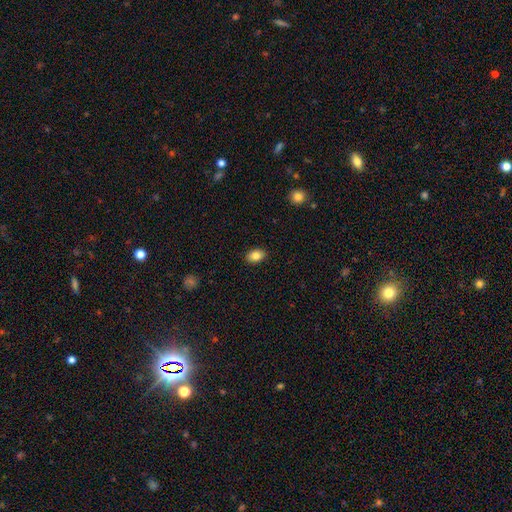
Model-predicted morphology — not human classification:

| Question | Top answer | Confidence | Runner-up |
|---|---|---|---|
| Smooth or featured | smooth | 85% | star or artifact (8%) |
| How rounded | in between | 85% | round (13%) |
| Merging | none | 89% | minor disturbance (8%) |